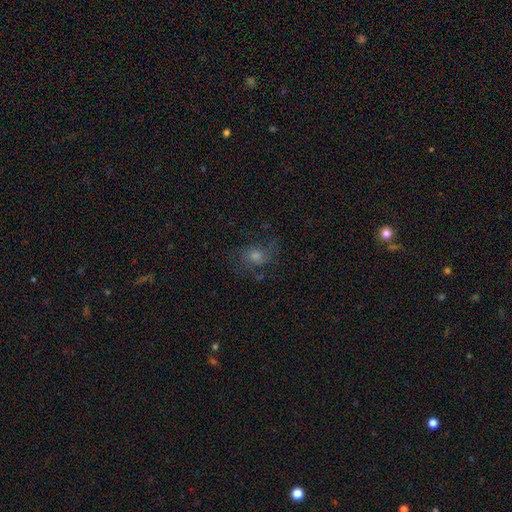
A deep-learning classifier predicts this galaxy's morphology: The model was most divided on "smooth or featured": featured or disk: 45%, smooth: 31%, star or artifact: 24%. More confident: merging — none (63%).